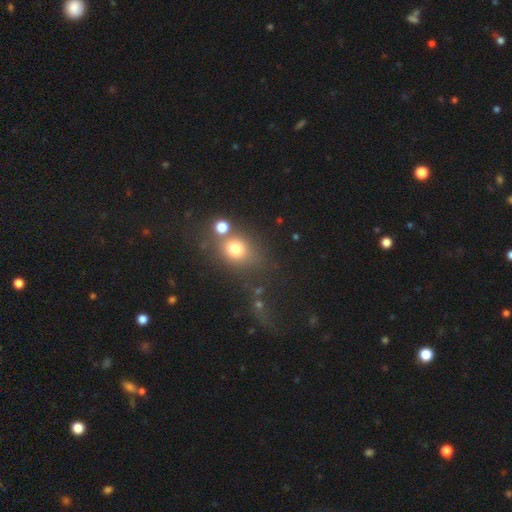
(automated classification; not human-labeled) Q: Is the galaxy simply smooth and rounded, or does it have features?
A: smooth — 55%.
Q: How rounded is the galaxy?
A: round — 69%.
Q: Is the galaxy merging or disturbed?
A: none — 56%.